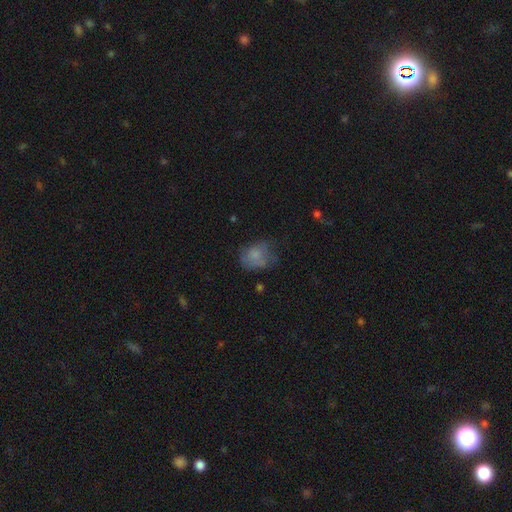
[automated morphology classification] smooth 70%, featured or disk 18%, star or artifact 11%. Down the decision tree: how rounded — in between (52%); merging — none (41%).